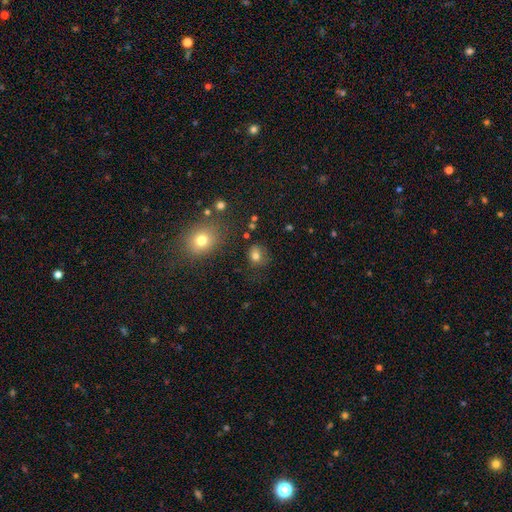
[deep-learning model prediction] Overall: smooth (77%). How rounded: round (63%; in between 36%). Merging: none (74%).